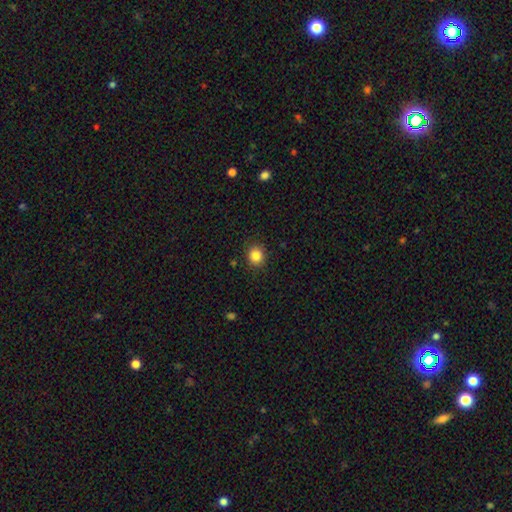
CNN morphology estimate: smooth-or-featured: smooth: 85% | star or artifact: 11% | featured or disk: 5%
  how-rounded: round: 84% | in between: 16% | cigar-shaped: 1%
  merging: none: 89% | minor disturbance: 8% | major disturbance: 2% | merger: 1%